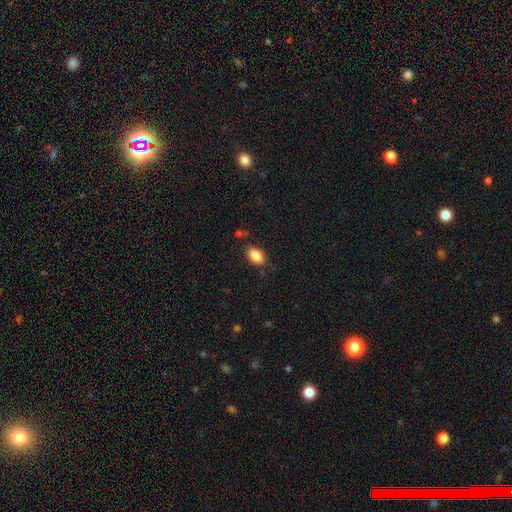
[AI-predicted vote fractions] Smooth or featured: smooth — 87% (star or artifact — 8%)
How rounded: in between — 92% (round — 6%)
Merging: none — 82% (minor disturbance — 12%)